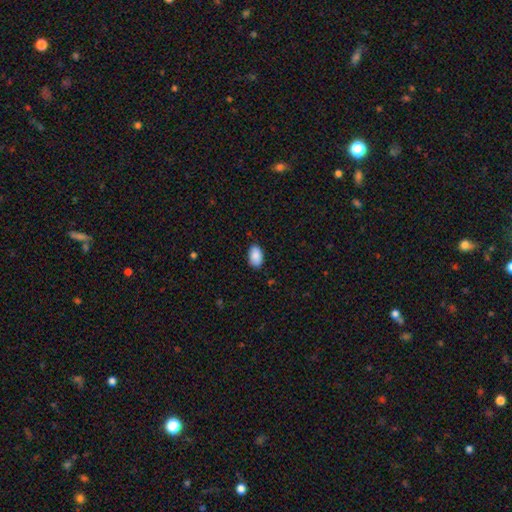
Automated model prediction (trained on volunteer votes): A smooth galaxy with no disk features (89%) that is in between round and cigar-shaped (92%).

Vote fractions:
- Smooth or featured? smooth: 89% / star or artifact: 7% / featured or disk: 4%
- How rounded? in between: 92% / round: 6% / cigar-shaped: 1%
- Merging? none: 84% / minor disturbance: 12% / major disturbance: 2% / merger: 1%